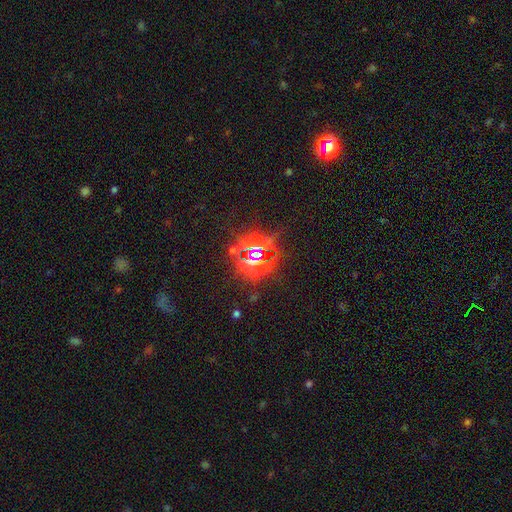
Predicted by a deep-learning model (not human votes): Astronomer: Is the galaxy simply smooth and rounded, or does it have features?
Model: star or artifact — 82%.